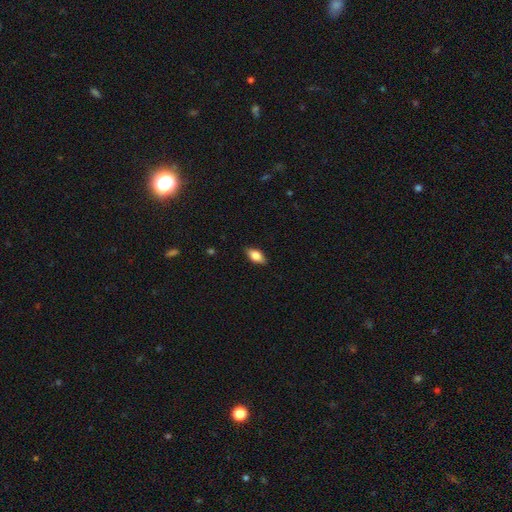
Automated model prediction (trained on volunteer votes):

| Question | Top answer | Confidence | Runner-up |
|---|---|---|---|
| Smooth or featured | smooth | 75% | featured or disk (18%) |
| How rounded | in between | 87% | cigar-shaped (9%) |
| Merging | none | 86% | minor disturbance (11%) |